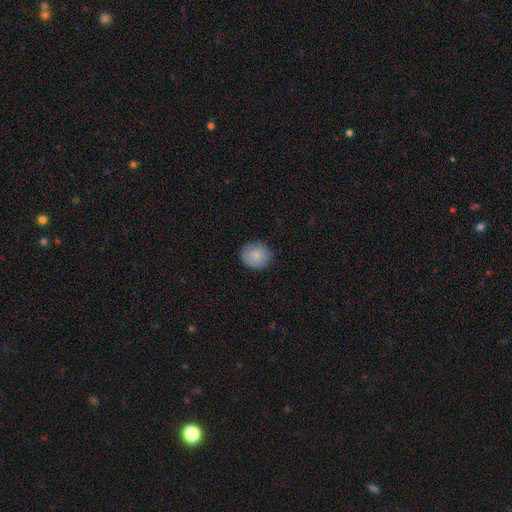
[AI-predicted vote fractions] A smooth galaxy with no disk features (84%) that is round (86%). Merging: none (85%).